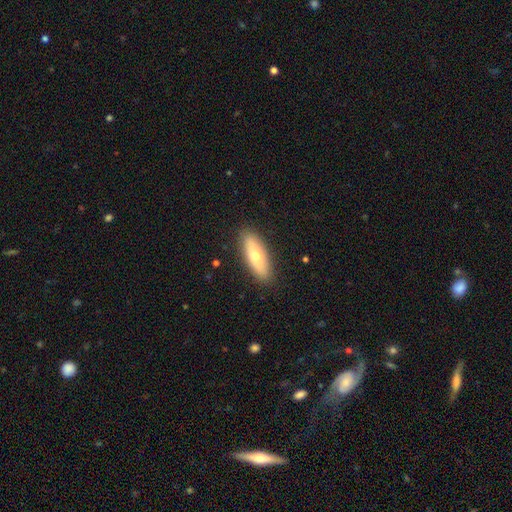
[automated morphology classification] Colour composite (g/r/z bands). It shows a smooth galaxy with no disk features (65%) that is in between round and cigar-shaped (59%). Merging: none (88%).